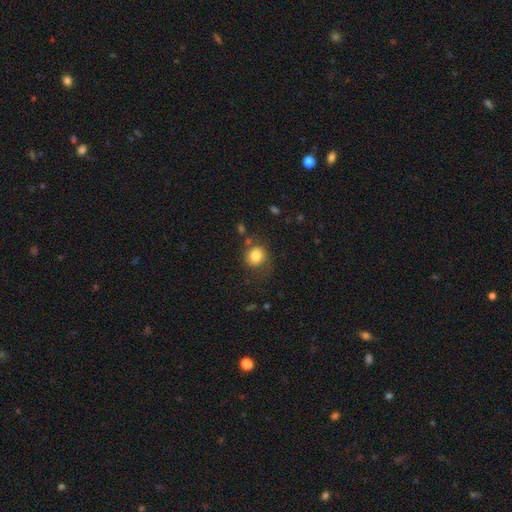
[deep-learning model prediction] smooth-or-featured: smooth: 79% | featured or disk: 12% | star or artifact: 9%
  how-rounded: round: 78% | in between: 21% | cigar-shaped: 1%
  merging: none: 64% | minor disturbance: 20% | major disturbance: 11% | merger: 5%